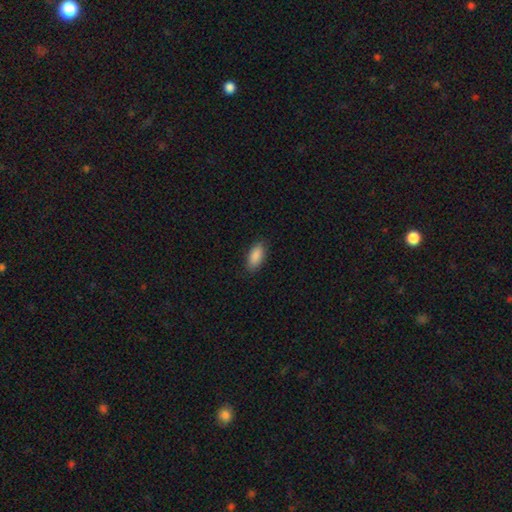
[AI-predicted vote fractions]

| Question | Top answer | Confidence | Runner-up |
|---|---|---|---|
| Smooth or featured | smooth | 89% | star or artifact (6%) |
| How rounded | in between | 90% | cigar-shaped (8%) |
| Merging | none | 86% | minor disturbance (11%) |